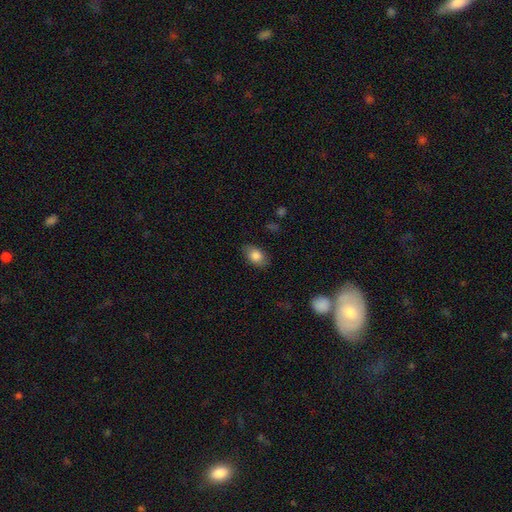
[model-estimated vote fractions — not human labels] Smooth or featured? smooth (83%)
How rounded? in between (88%)
Merging? none (83%)